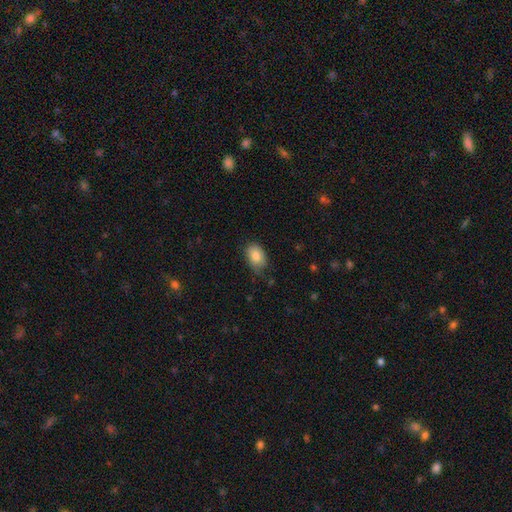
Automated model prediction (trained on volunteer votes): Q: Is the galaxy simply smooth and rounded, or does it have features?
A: smooth — 85%.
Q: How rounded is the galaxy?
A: in between — 87%.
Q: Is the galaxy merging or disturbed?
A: none — 71%.